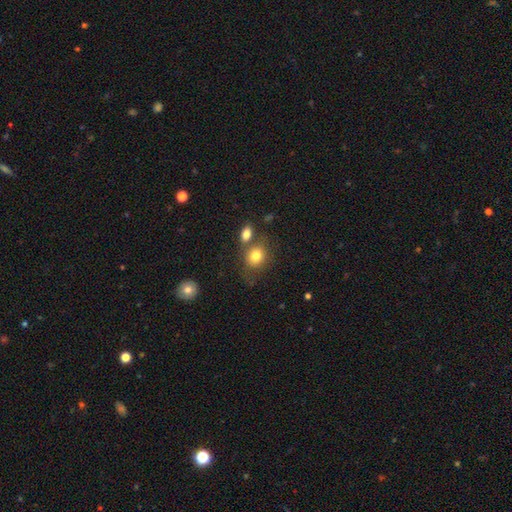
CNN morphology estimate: smooth 80%, featured or disk 10%, star or artifact 10%. Down the decision tree: how rounded — round (61%); merging — none (58%).